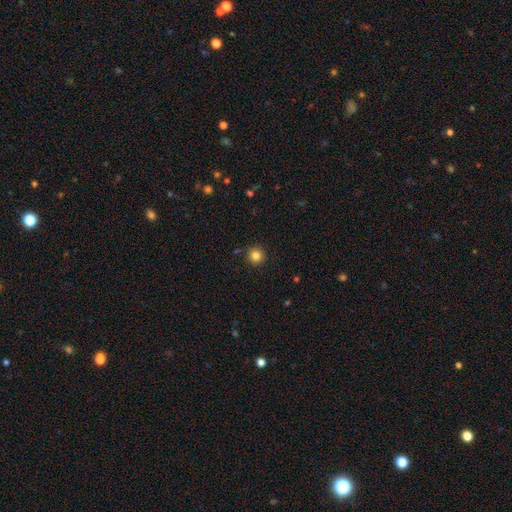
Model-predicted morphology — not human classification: smooth_or_featured: smooth (p=0.83) [alt: star or artifact p=0.12]
how_rounded: round (p=0.95) [alt: in between p=0.04]
merging: none (p=0.91) [alt: minor disturbance p=0.05]